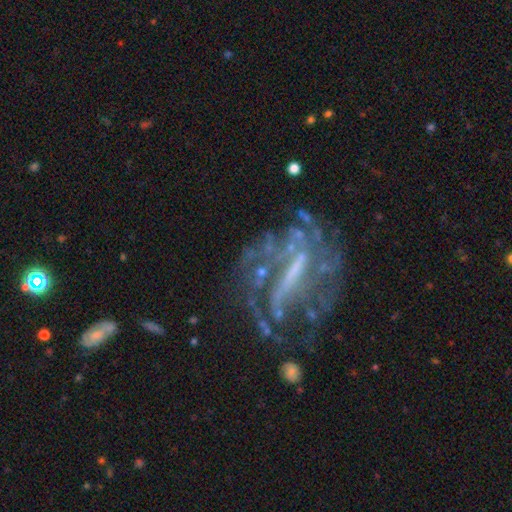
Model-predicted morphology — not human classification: Q: Smooth or featured?
A: featured or disk (78%); runner-up: star or artifact (13%)
Q: Edge-on disk?
A: no (91%); runner-up: yes (9%)
Q: Bar?
A: strong (49%); runner-up: weak (32%)
Q: Spiral arms?
A: yes (68%); runner-up: no (32%)
Q: Bulge size?
A: none (44%); runner-up: small (27%)
Q: Merging?
A: none (48%); runner-up: major disturbance (29%)